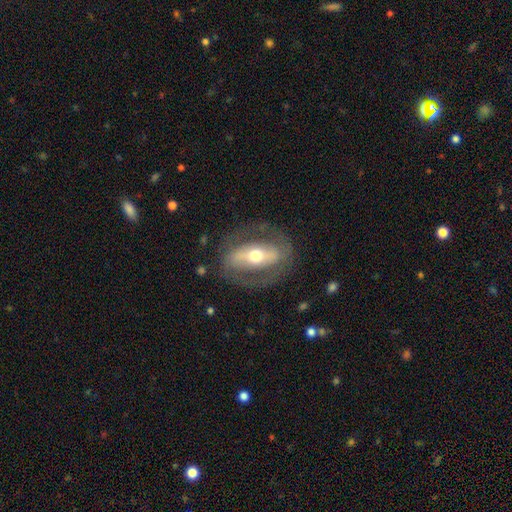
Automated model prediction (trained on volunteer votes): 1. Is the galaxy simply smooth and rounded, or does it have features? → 74% featured or disk, 21% smooth, 5% star or artifact.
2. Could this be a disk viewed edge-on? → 85% no, 15% yes.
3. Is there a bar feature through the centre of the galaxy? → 58% strong, 22% no, 21% weak.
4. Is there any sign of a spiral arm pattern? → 51% no, 49% yes.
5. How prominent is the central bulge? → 69% moderate, 18% small, 11% large, 1% dominant, 1% none.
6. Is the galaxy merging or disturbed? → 76% none, 12% minor disturbance, 10% major disturbance, 1% merger.